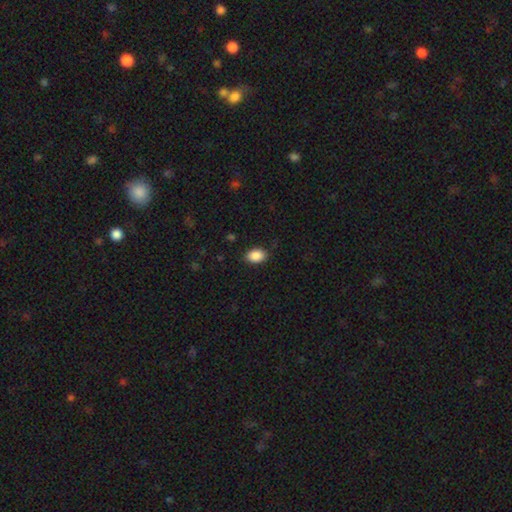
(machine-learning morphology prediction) Smooth or featured?
  - smooth: 89% *
  - star or artifact: 8%
  - featured or disk: 3%
How rounded?
  - in between: 84% *
  - round: 15%
  - cigar-shaped: 1%
Merging?
  - none: 86% *
  - minor disturbance: 10%
  - major disturbance: 3%
  - merger: 1%